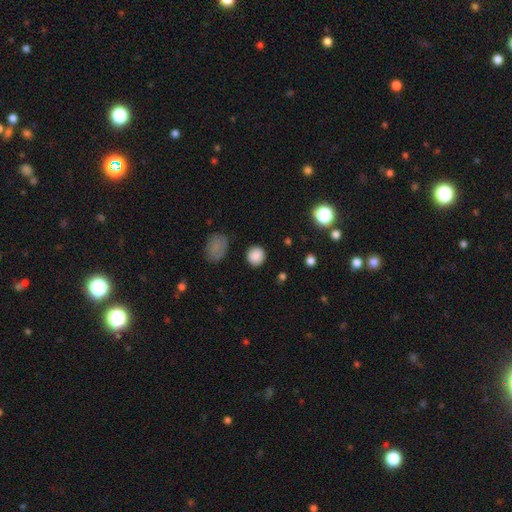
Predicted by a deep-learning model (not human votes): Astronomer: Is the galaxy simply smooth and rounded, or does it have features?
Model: smooth — 86%.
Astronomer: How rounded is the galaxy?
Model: round — 89%.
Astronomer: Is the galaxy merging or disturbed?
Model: none — 88%.